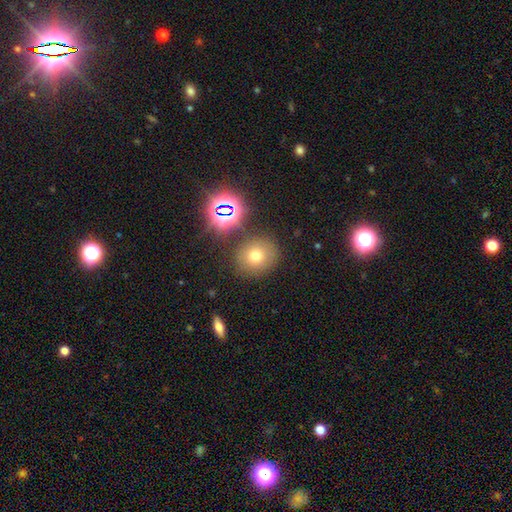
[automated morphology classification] This appears to be a smooth galaxy with no disk features (66%) that is round (83%). Merging: none (80%).